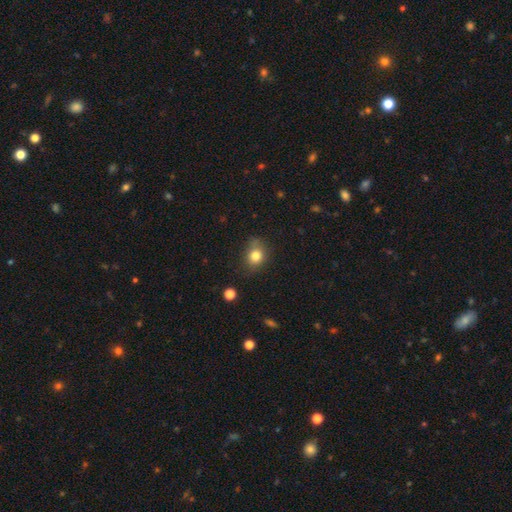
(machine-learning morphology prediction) This appears to be a smooth galaxy with no disk features (81%) that is round (62%). Merging: none (69%).